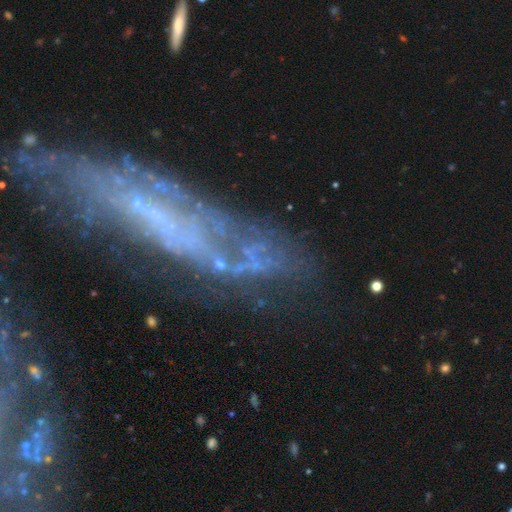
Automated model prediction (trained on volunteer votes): smooth-or-featured: featured or disk: 59% | star or artifact: 22% | smooth: 19%
  disk-edge-on: no: 86% | yes: 14%
    bar: no: 79% | weak: 13% | strong: 9%
    has-spiral-arms: no: 75% | yes: 25%
    bulge-size: none: 74% | small: 15% | moderate: 7% | large: 2% | dominant: 2%
  merging: none: 43% | major disturbance: 30% | minor disturbance: 18% | merger: 9%